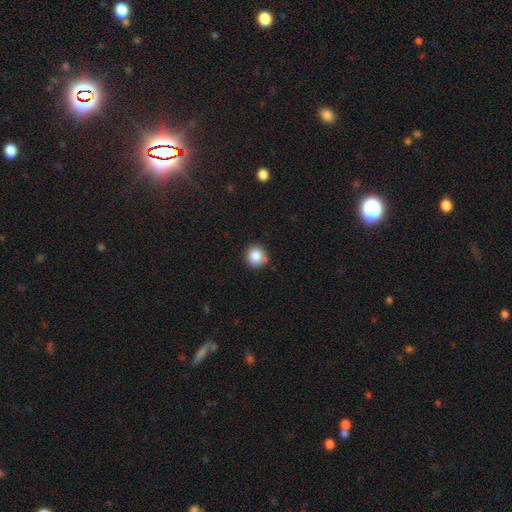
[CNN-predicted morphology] The model was most divided on "merging": none: 82%, minor disturbance: 13%, major disturbance: 2%, merger: 2%. More confident: how rounded — round (89%); smooth or featured — smooth (85%).